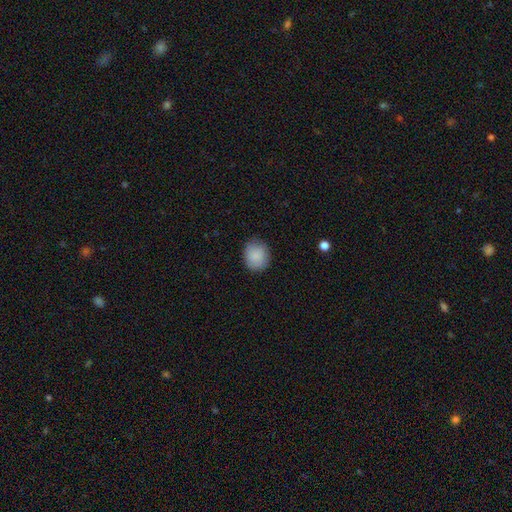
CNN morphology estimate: Overall: smooth (88%). How rounded: round (73%). Merging: none (85%).